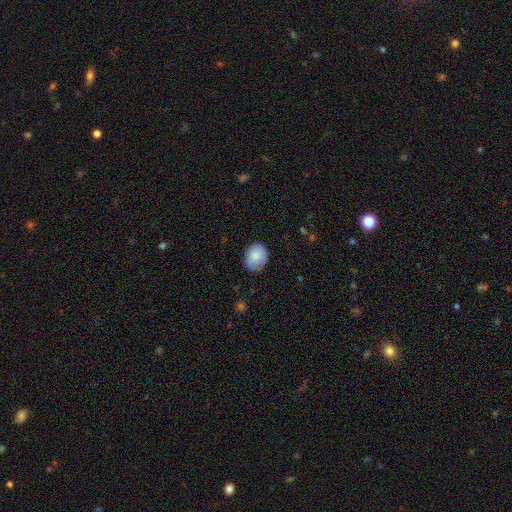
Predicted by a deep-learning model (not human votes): A smooth galaxy with no disk features (84%) that is round (53%). Merging: none (80%).